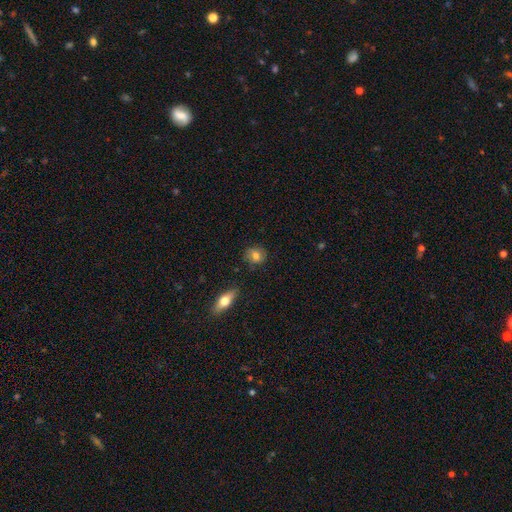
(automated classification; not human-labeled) A smooth galaxy with no disk features (74%) that is round (73%).

Vote fractions:
- Smooth or featured? smooth: 74% / featured or disk: 17% / star or artifact: 9%
- How rounded? round: 73% / in between: 25% / cigar-shaped: 2%
- Merging? none: 80% / minor disturbance: 14% / major disturbance: 3% / merger: 2%